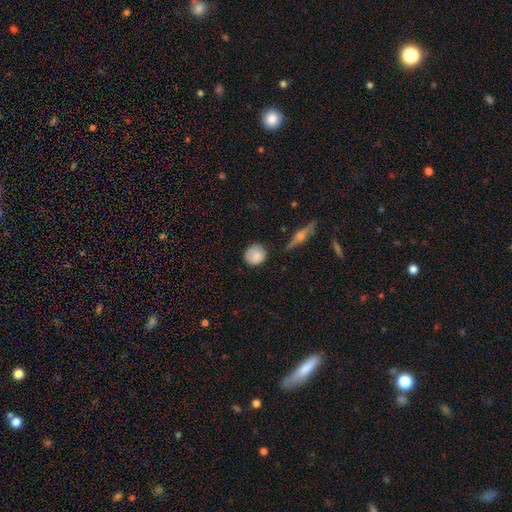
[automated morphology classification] A smooth galaxy with no disk features (82%) that is round (89%). Merging: none (78%).